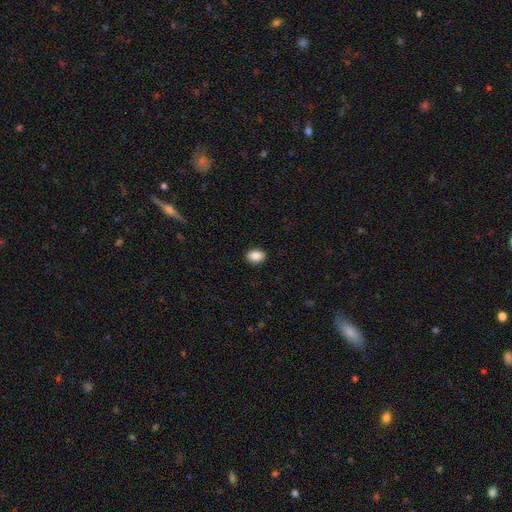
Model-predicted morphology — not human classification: Overall: smooth (88%). How rounded: in between (79%). Merging: none (90%).